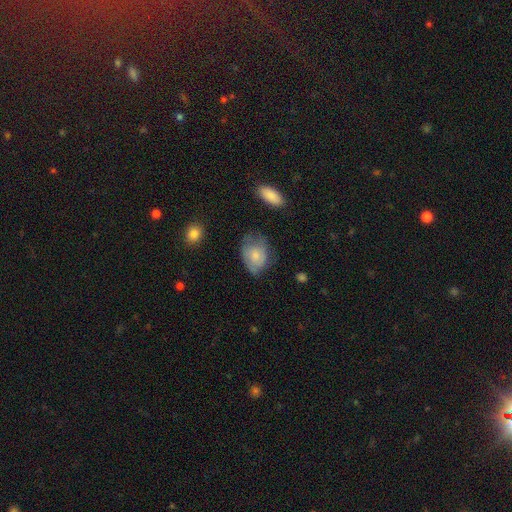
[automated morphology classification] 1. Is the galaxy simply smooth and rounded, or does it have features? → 71% smooth, 22% featured or disk, 7% star or artifact.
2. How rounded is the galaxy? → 69% in between, 29% round, 1% cigar-shaped.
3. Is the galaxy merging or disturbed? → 45% none, 36% minor disturbance, 16% major disturbance, 2% merger.